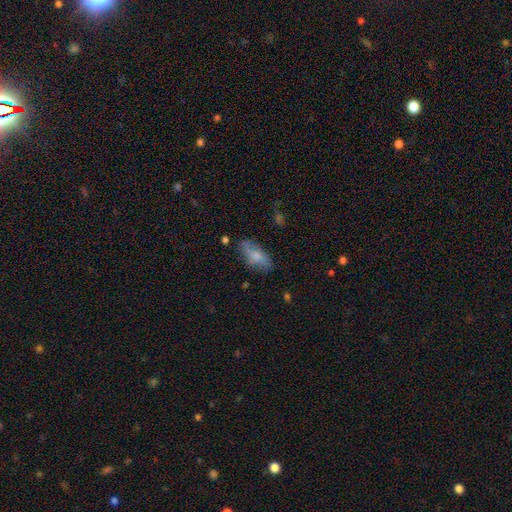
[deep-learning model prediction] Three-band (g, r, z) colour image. It shows a smooth galaxy with no disk features (63%) that is in between round and cigar-shaped (86%). Merging: none (64%).